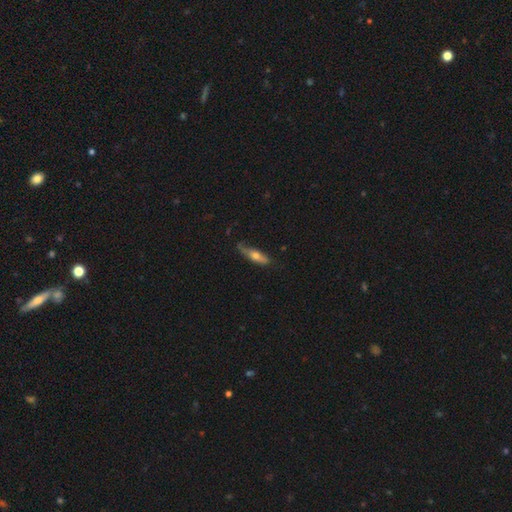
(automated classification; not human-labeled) Smooth or featured? smooth (47%)
Merging? none (66%)